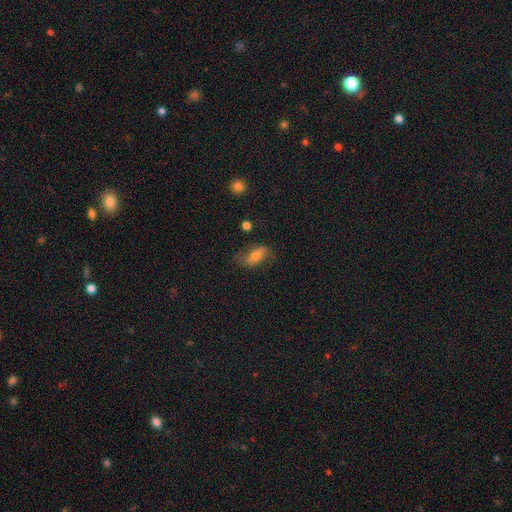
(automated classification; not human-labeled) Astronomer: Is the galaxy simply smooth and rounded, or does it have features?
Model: smooth — 54% (runner-up: featured or disk, 36%).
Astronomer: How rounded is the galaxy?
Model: in between — 83%.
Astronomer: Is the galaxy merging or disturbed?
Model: none — 65%.